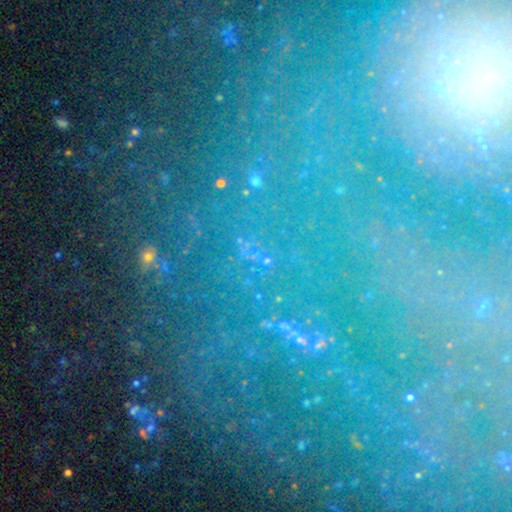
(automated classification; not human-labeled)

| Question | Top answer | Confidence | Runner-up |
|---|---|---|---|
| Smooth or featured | star or artifact | 76% | featured or disk (13%) |